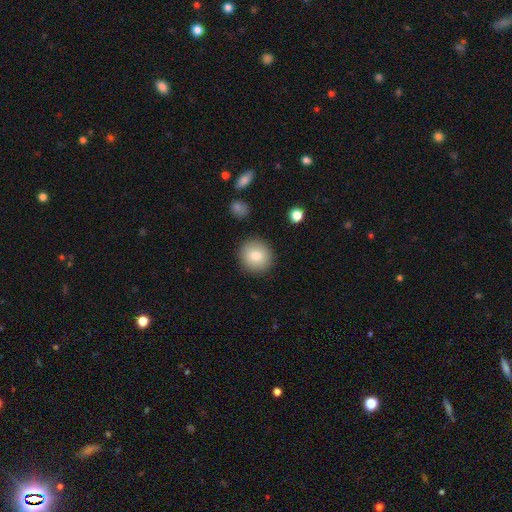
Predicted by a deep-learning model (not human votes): This is likely a smooth galaxy (80%). How rounded: clearly round (90%). Merging: clearly none (89%).